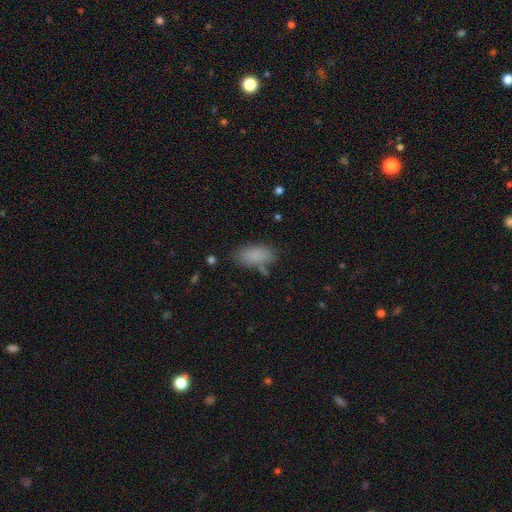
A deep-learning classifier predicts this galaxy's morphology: This is clearly a smooth galaxy (86%). How rounded: clearly in between (91%). Merging: likely none (71%).